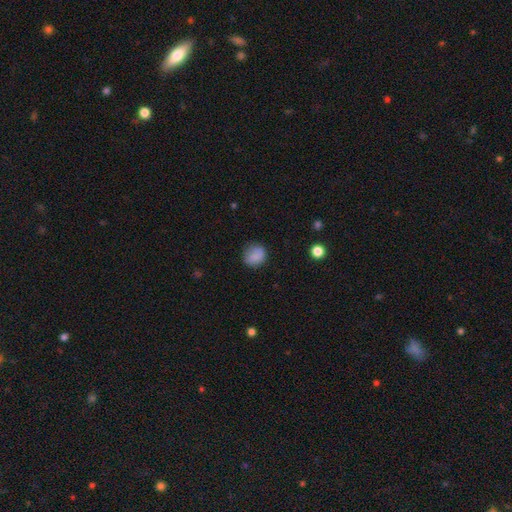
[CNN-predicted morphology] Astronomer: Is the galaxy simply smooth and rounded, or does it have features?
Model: smooth — 84%.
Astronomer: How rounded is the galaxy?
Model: round — 77%.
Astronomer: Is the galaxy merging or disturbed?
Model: none — 79%.